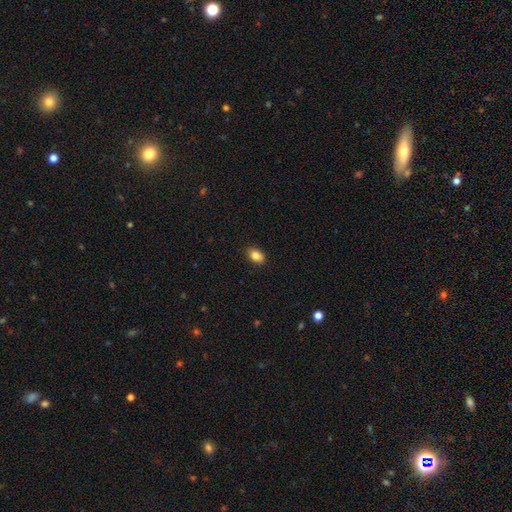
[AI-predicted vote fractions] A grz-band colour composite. It shows a smooth galaxy with no disk features (83%) that is in between round and cigar-shaped (82%). Merging: none (87%).